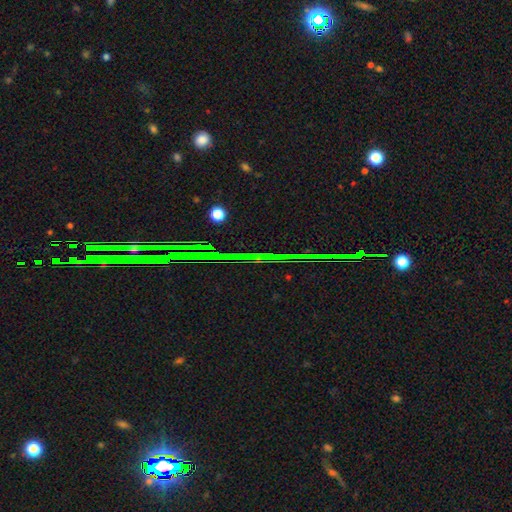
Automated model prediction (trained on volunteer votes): smooth-or-featured: star or artifact: 84% | featured or disk: 9% | smooth: 7%